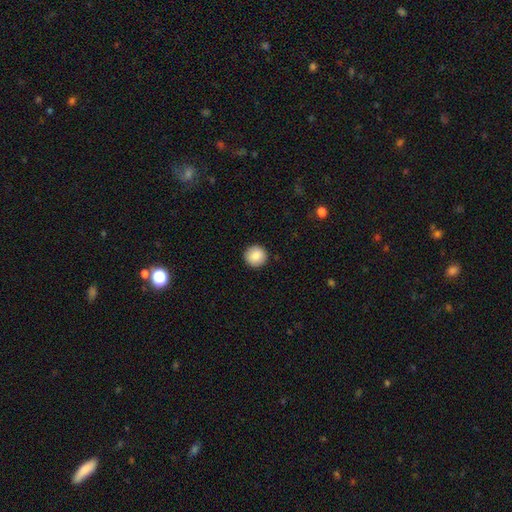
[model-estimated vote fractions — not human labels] Smooth or featured? smooth (88%)
How rounded? round (95%)
Merging? none (93%)